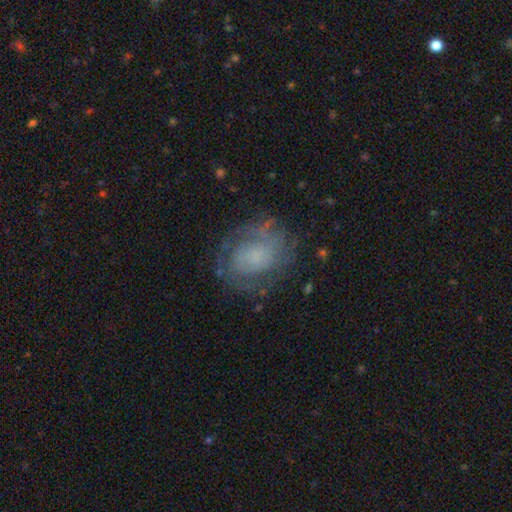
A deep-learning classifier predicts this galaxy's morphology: type=featured or disk (58%); edge-on=no (97%); bar=no (78%); spiral arms=yes (70%); bulge=none (36%); merging=none (67%).